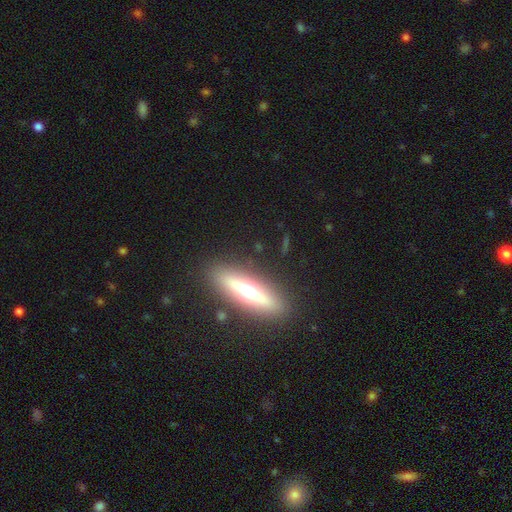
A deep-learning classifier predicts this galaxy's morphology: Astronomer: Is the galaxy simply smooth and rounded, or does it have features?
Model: featured or disk — 54% (runner-up: smooth, 38%).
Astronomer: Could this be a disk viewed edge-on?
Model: yes — 89%.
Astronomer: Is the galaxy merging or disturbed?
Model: none — 88%.